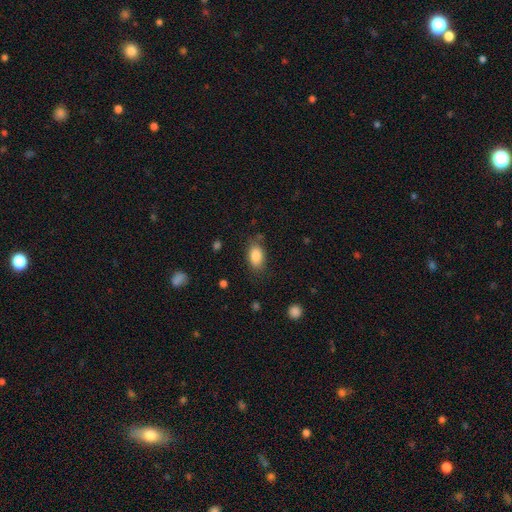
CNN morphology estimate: A smooth galaxy with no disk features (87%) that is in between round and cigar-shaped (90%).

Vote fractions:
- Smooth or featured? smooth: 87% / star or artifact: 7% / featured or disk: 6%
- How rounded? in between: 90% / round: 8% / cigar-shaped: 2%
- Merging? none: 76% / minor disturbance: 17% / major disturbance: 5% / merger: 2%